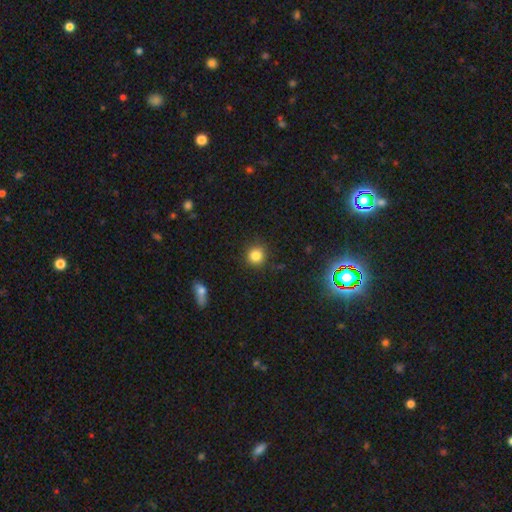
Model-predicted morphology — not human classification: A smooth galaxy with no disk features (84%) that is round (92%). Merging: none (88%).